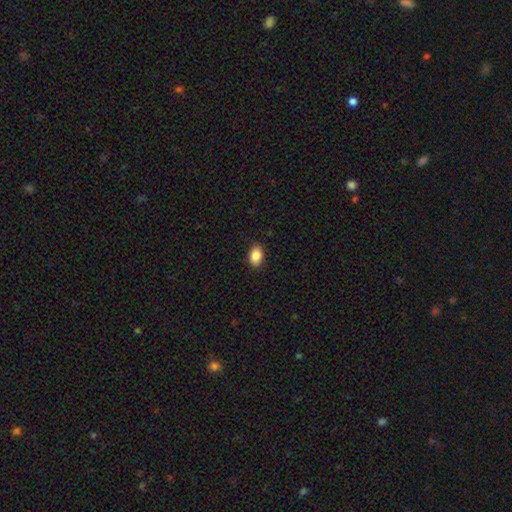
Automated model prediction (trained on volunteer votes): This appears to be a smooth galaxy with no disk features (89%) that is in between round and cigar-shaped (87%). Merging: none (87%).